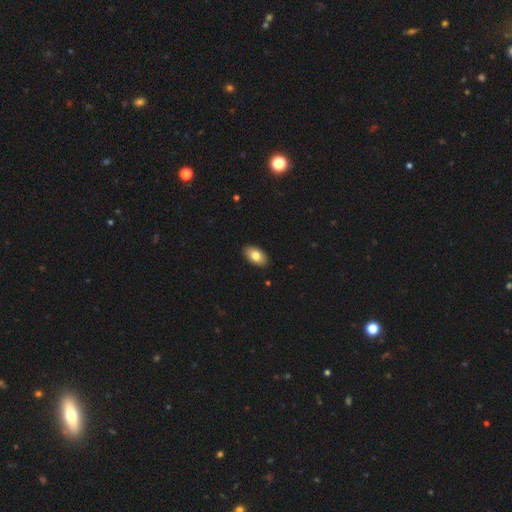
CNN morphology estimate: This appears to be a smooth galaxy with no disk features (80%) that is in between round and cigar-shaped (93%). Merging: none (90%).